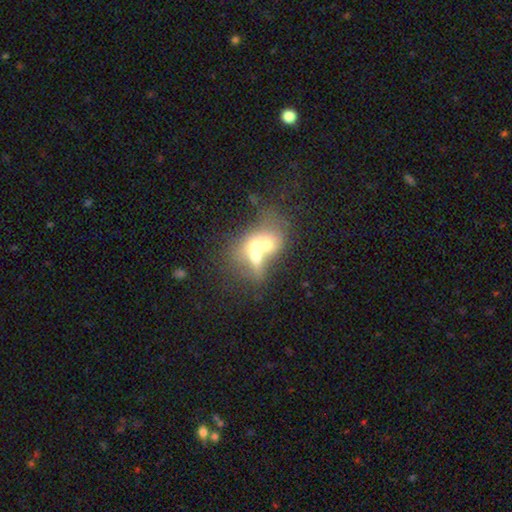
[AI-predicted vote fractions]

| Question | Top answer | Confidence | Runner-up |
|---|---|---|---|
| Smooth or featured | smooth | 50% | featured or disk (39%) |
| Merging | merger | 75% | none (12%) |